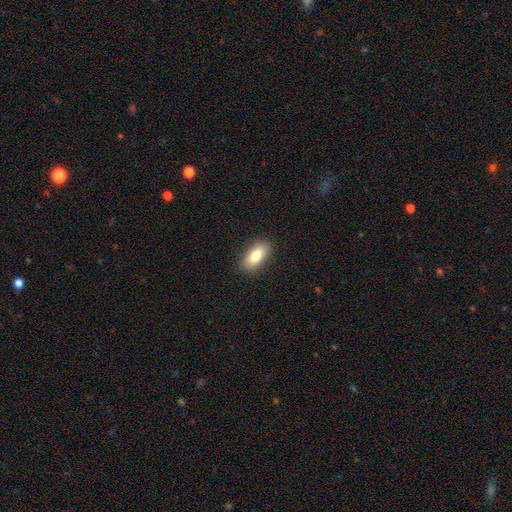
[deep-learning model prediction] Smooth or featured? Predicted: smooth (p=0.82). How rounded? Predicted: in between (p=0.88). Merging? Predicted: none (p=0.88).